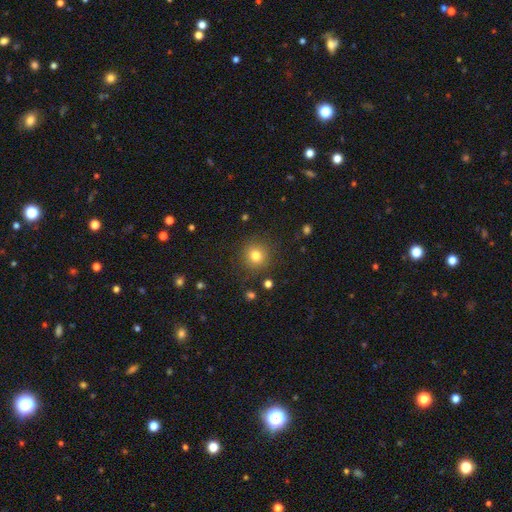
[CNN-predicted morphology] This is likely a smooth galaxy (79%). How rounded: clearly round (93%). Merging: clearly none (88%).